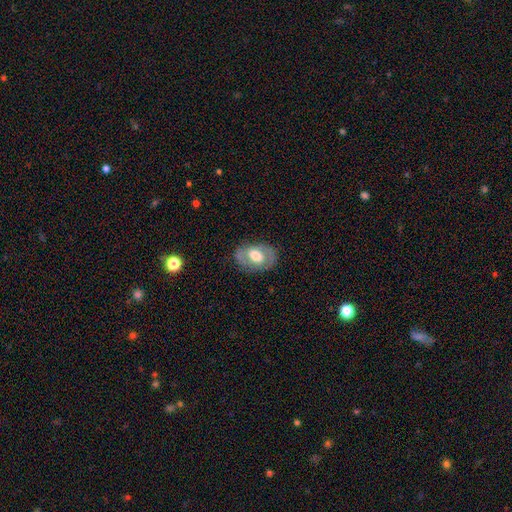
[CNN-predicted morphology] type=featured or disk (59%); edge-on=no (94%); bar=no (51%); spiral arms=yes (52%); bulge=moderate (55%); merging=none (78%).